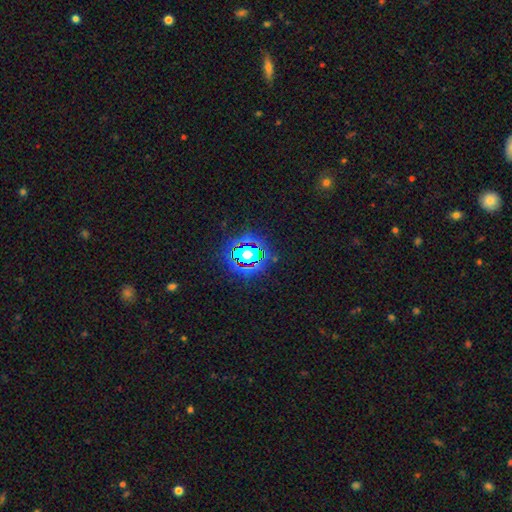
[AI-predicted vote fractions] smooth-or-featured: star or artifact: 80% | smooth: 13% | featured or disk: 8%